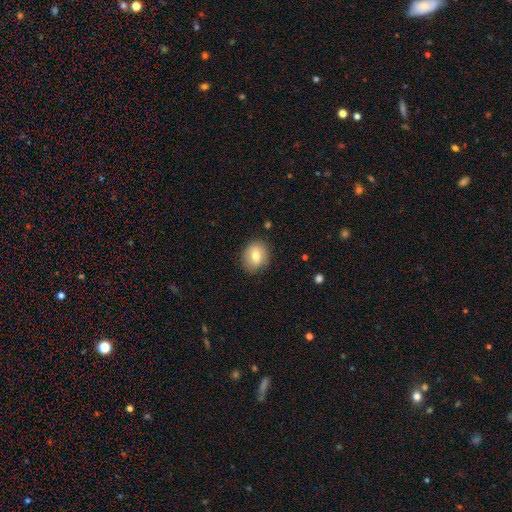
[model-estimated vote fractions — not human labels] Smooth or featured?
  - smooth: 70% *
  - featured or disk: 22%
  - star or artifact: 9%
How rounded?
  - round: 61% *
  - in between: 38%
  - cigar-shaped: 1%
Merging?
  - none: 81% *
  - minor disturbance: 15%
  - major disturbance: 3%
  - merger: 1%